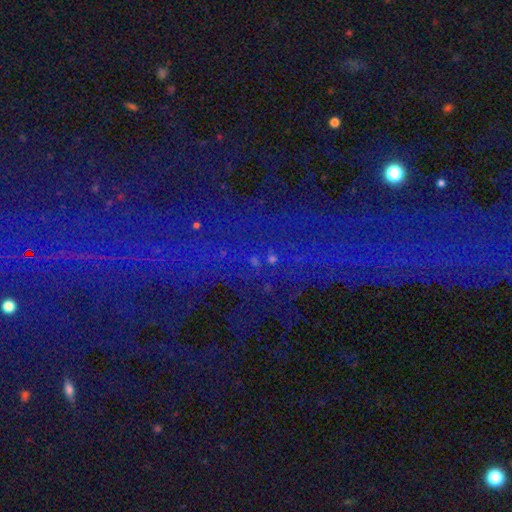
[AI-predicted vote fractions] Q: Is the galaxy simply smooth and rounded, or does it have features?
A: star or artifact — 80%.